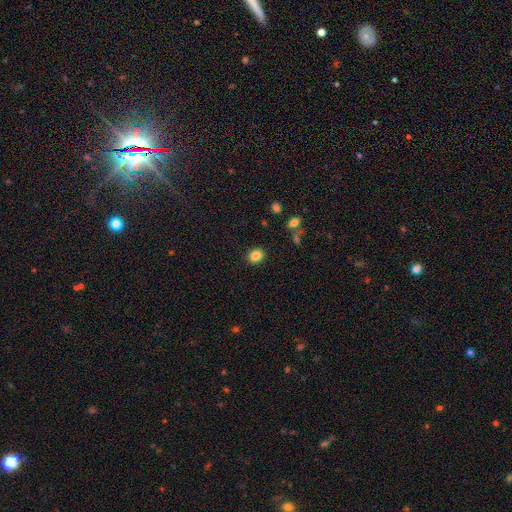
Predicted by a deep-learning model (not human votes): Morphology: type=smooth (85%); roundness=round (50%); merging=none (88%).